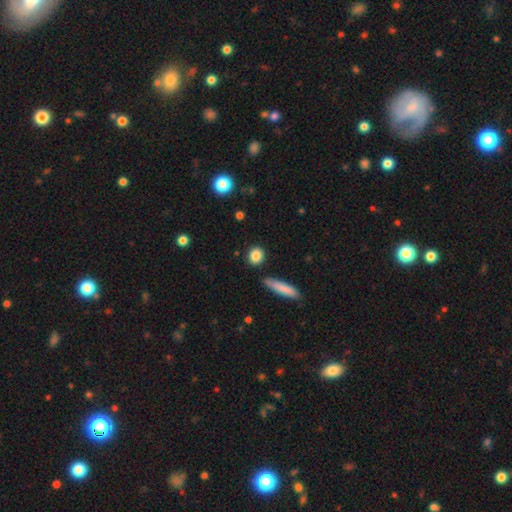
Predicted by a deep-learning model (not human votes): A smooth galaxy with no disk features (85%) that is round (63%). Merging: none (85%).